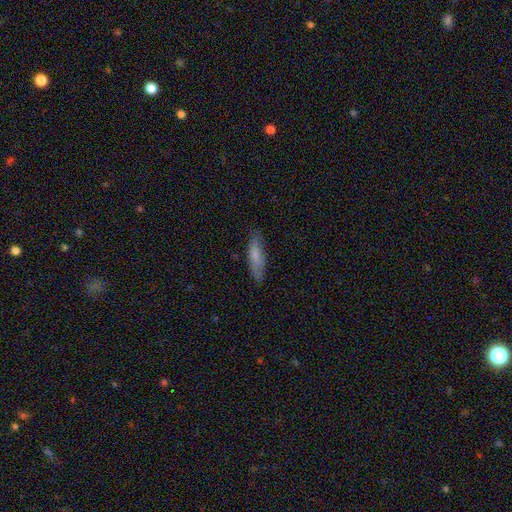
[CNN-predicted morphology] Smooth or featured? smooth (75%)
How rounded? cigar-shaped (63%)
Merging? none (81%)